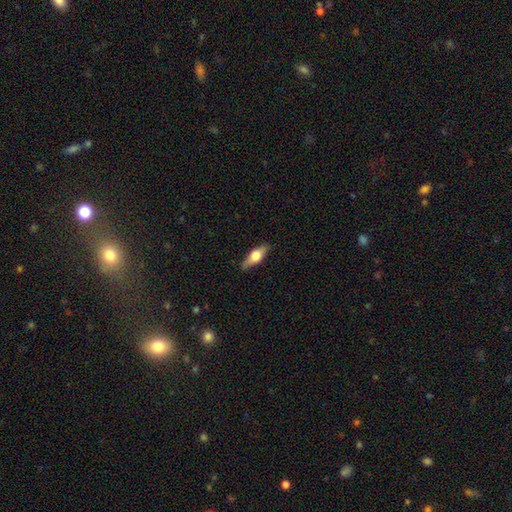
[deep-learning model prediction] A featured or disk galaxy (49%). Merging: none (84%).